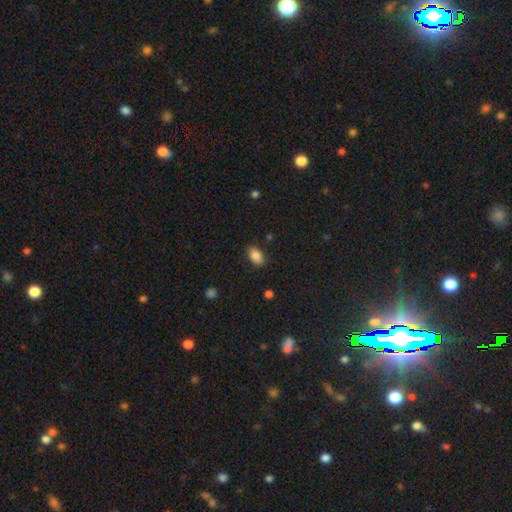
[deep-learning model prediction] Smooth or featured: smooth — 86% (star or artifact — 8%)
How rounded: in between — 90% (round — 8%)
Merging: none — 86% (minor disturbance — 11%)